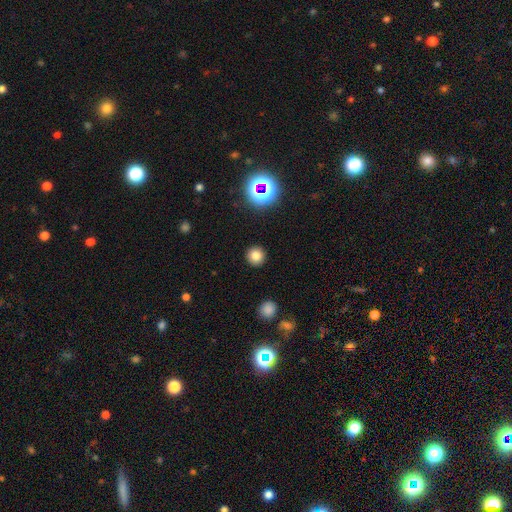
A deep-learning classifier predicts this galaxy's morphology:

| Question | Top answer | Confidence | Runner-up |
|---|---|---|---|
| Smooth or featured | smooth | 79% | star or artifact (15%) |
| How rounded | round | 94% | in between (5%) |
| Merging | none | 92% | minor disturbance (5%) |